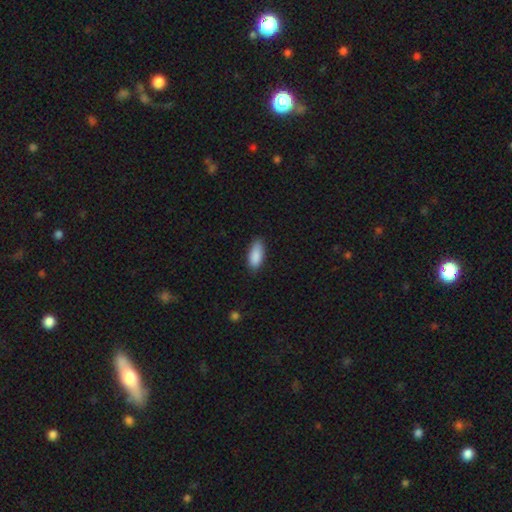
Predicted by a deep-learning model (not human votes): A smooth galaxy with no disk features (89%) that is in between round and cigar-shaped (84%).

Vote fractions:
- Smooth or featured? smooth: 89% / star or artifact: 6% / featured or disk: 4%
- How rounded? in between: 84% / cigar-shaped: 14% / round: 2%
- Merging? none: 80% / minor disturbance: 16% / major disturbance: 2% / merger: 1%